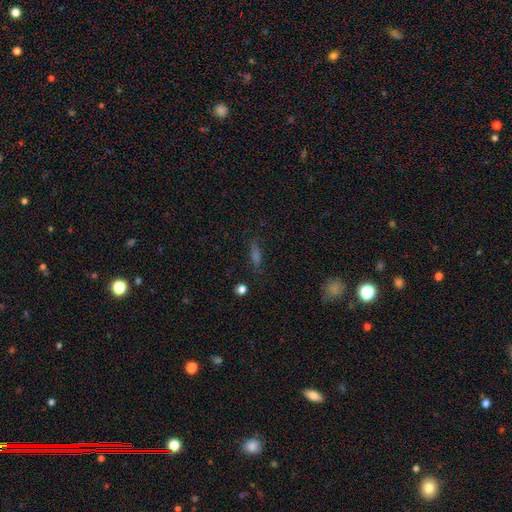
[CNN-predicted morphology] Smooth or featured: smooth — 53% (star or artifact — 28%)
How rounded: cigar-shaped — 47% (in between — 44%)
Merging: none — 74% (minor disturbance — 16%)